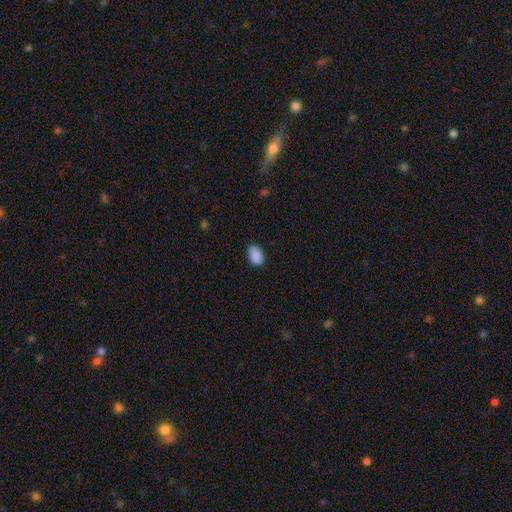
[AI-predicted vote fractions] smooth-or-featured: smooth: 89% | star or artifact: 8% | featured or disk: 3%
  how-rounded: in between: 92% | round: 7% | cigar-shaped: 2%
  merging: none: 81% | minor disturbance: 15% | major disturbance: 3% | merger: 1%